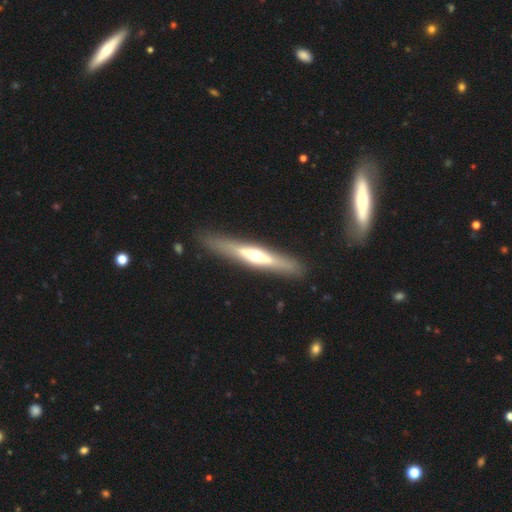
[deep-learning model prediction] featured or disk 64%, smooth 32%, star or artifact 5%. Down the decision tree: edge-on disk — yes (86%); edge-on bulge — rounded (85%); merging — none (87%).